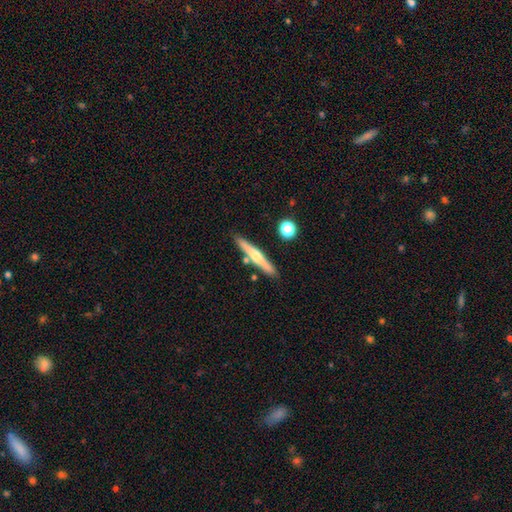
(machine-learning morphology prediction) type=featured or disk (52%); edge-on=yes (96%); edge-on bulge=rounded (79%); merging=none (83%).